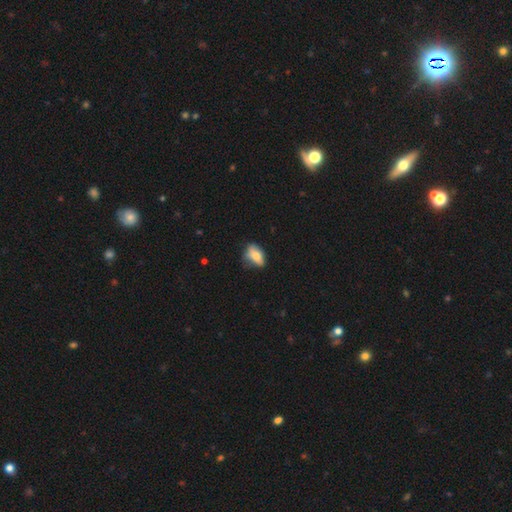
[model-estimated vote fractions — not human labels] Smooth or featured?
  - smooth: 72% *
  - featured or disk: 20%
  - star or artifact: 8%
How rounded?
  - in between: 85% *
  - round: 10%
  - cigar-shaped: 5%
Merging?
  - none: 48% *
  - minor disturbance: 36%
  - major disturbance: 12%
  - merger: 3%